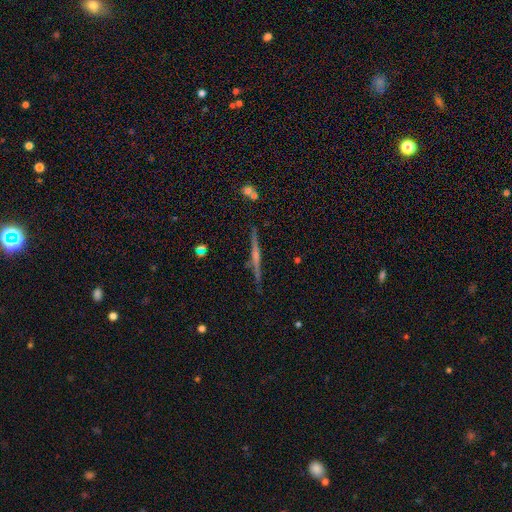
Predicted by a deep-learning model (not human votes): Morphology: type=featured or disk (71%); edge-on=yes (98%); edge-on bulge=rounded (49%); merging=none (89%).